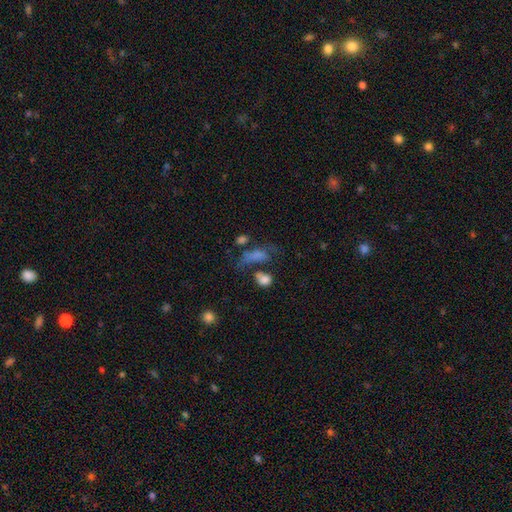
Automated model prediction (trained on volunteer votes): smooth-or-featured: smooth: 64% | featured or disk: 18% | star or artifact: 18%
  how-rounded: in between: 71% | round: 16% | cigar-shaped: 13%
  merging: none: 33% | merger: 24% | major disturbance: 24% | minor disturbance: 18%